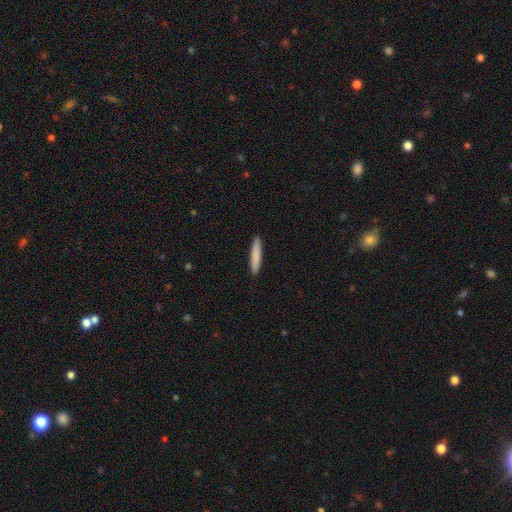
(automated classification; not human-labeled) Q: Smooth or featured?
A: smooth (84%); runner-up: featured or disk (11%)
Q: How rounded?
A: cigar-shaped (93%); runner-up: in between (6%)
Q: Merging?
A: none (91%); runner-up: minor disturbance (6%)